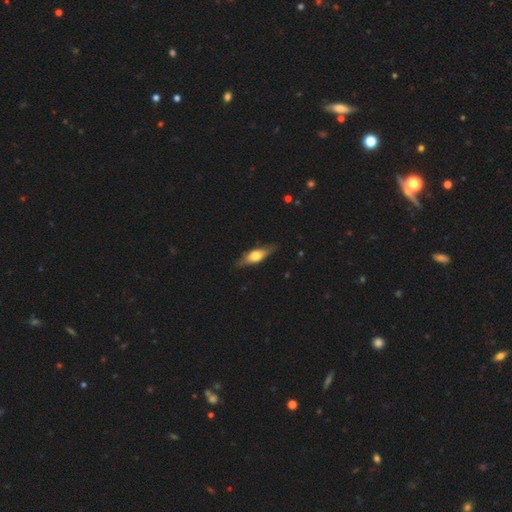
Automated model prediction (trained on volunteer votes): Morphology: type=featured or disk (48%); merging=none (82%).